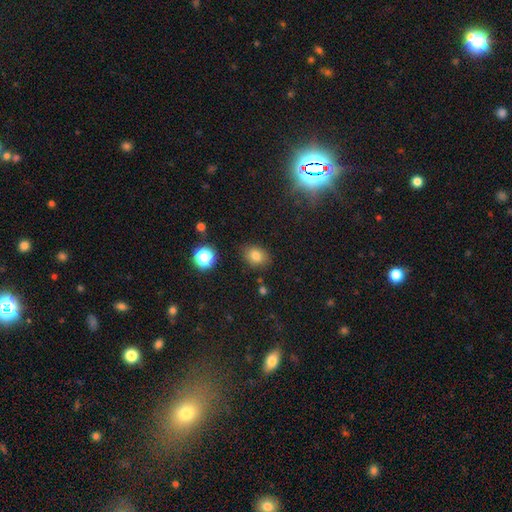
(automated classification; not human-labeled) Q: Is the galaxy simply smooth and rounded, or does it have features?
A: smooth — 79%.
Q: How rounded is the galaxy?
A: in between — 62%.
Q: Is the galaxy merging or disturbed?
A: none — 82%.